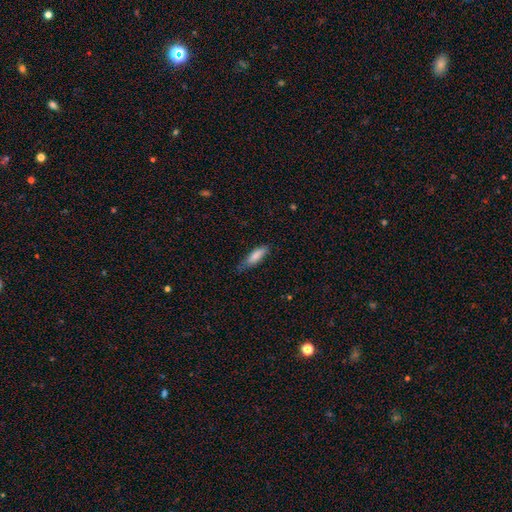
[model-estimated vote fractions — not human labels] The model was most divided on "how rounded": cigar-shaped: 56%, in between: 42%, round: 2%. More confident: smooth or featured — smooth (82%); merging — none (58%).